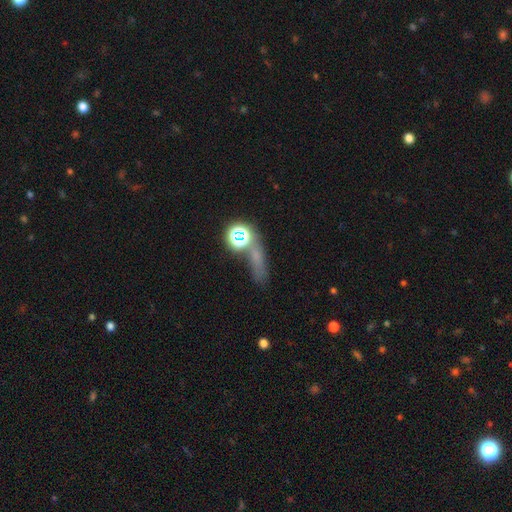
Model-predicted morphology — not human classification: Smooth or featured? Predicted: smooth (p=0.42, tied with star or artifact). Merging? Predicted: none (p=0.57).